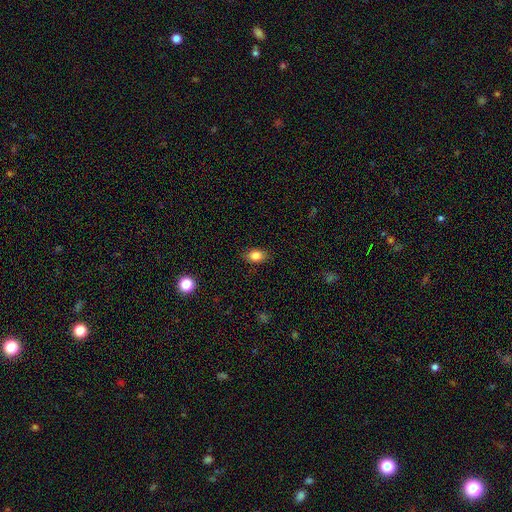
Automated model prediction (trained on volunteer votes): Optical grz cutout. It shows a smooth galaxy with no disk features (83%) that is in between round and cigar-shaped (82%). Merging: none (87%).